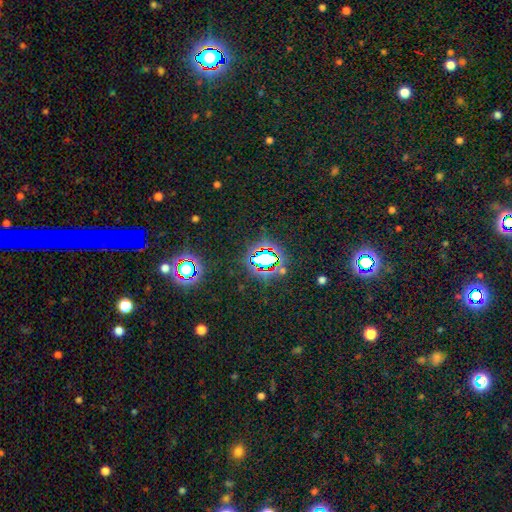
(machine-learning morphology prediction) This appears to be a star or artifact, not a galaxy (70%).